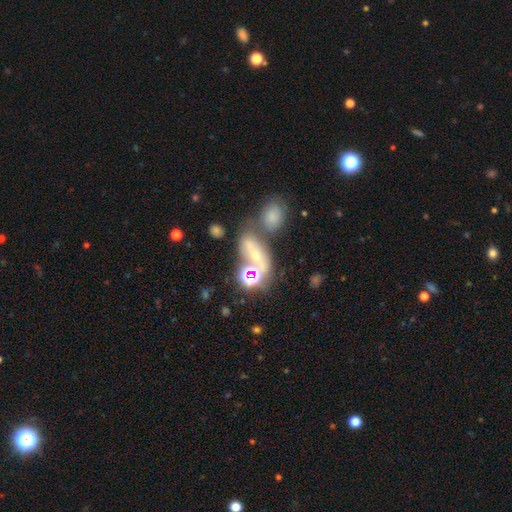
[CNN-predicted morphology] Smooth or featured?
  - smooth: 40% *
  - featured or disk: 33%
  - star or artifact: 26%
Merging?
  - none: 38% *
  - merger: 36%
  - minor disturbance: 14%
  - major disturbance: 11%